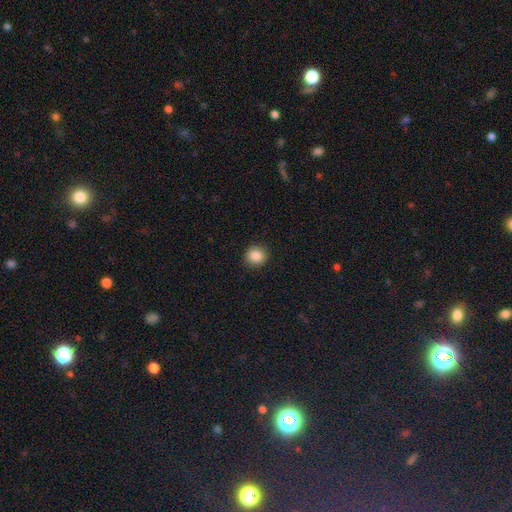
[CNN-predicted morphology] The model was most divided on "smooth or featured": smooth: 87%, star or artifact: 9%, featured or disk: 4%. More confident: merging — none (91%); how rounded — round (90%).